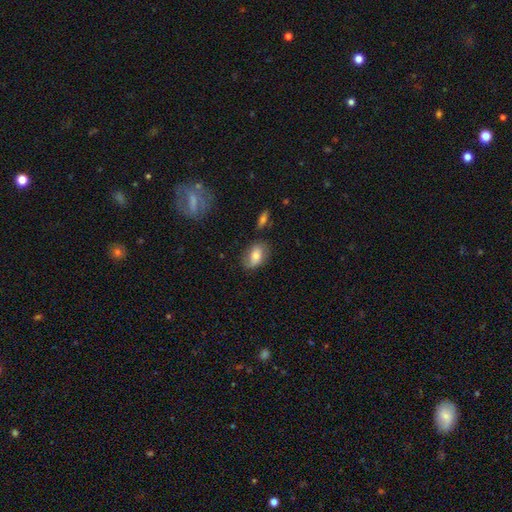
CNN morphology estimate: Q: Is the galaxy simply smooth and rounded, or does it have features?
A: smooth — 68%.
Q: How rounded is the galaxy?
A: in between — 86%.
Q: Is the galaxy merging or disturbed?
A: none — 73%.